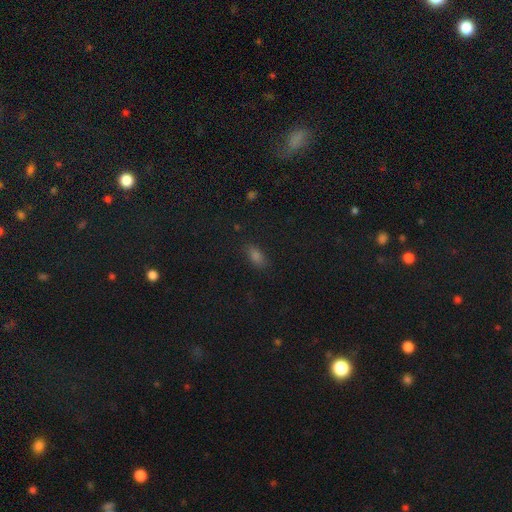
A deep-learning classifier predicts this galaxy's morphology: Q: Smooth or featured?
A: smooth (72%); runner-up: star or artifact (21%)
Q: How rounded?
A: in between (85%); runner-up: cigar-shaped (8%)
Q: Merging?
A: none (83%); runner-up: minor disturbance (12%)